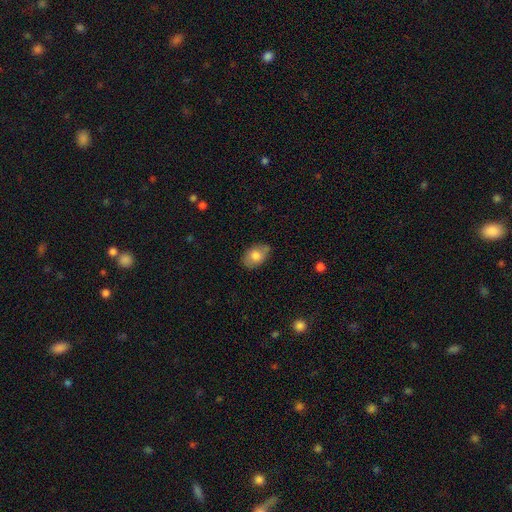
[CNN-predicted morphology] The model was most divided on "merging": none: 72%, minor disturbance: 22%, major disturbance: 4%, merger: 3%. More confident: how rounded — in between (84%); smooth or featured — smooth (74%).